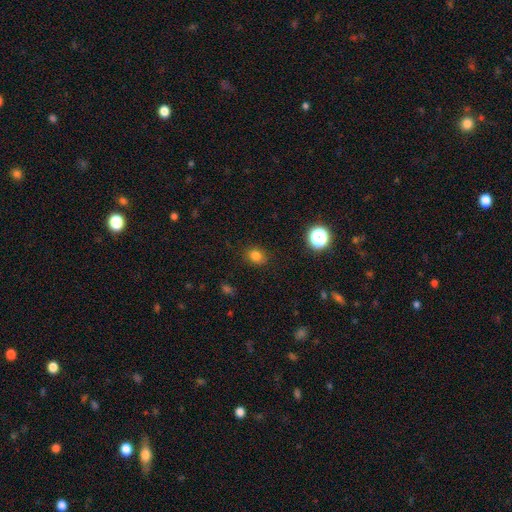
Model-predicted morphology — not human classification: Overall: smooth (79%). How rounded: round (61%; in between 38%). Merging: none (85%).